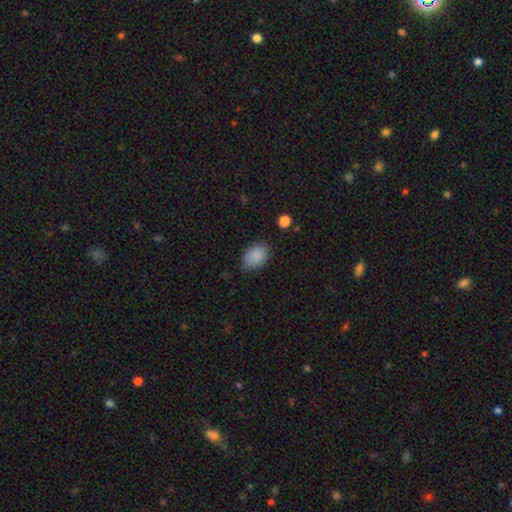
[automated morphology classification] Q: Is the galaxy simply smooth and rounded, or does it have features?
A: smooth — 87%.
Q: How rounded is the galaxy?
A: in between — 84%.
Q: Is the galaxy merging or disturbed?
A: none — 71%.